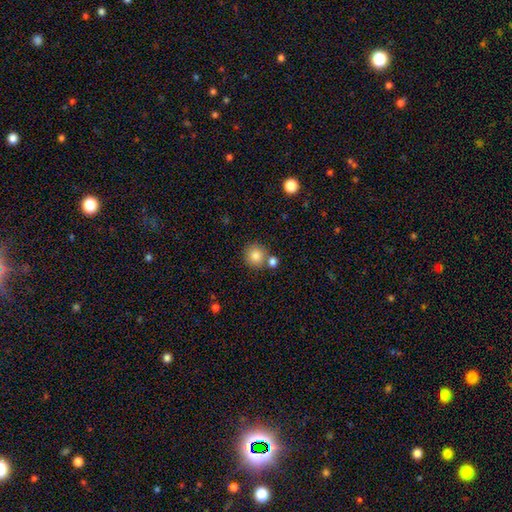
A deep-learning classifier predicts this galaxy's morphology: The model was most divided on "merging": none: 70%, merger: 19%, minor disturbance: 8%, major disturbance: 3%. More confident: how rounded — round (92%); smooth or featured — smooth (84%).